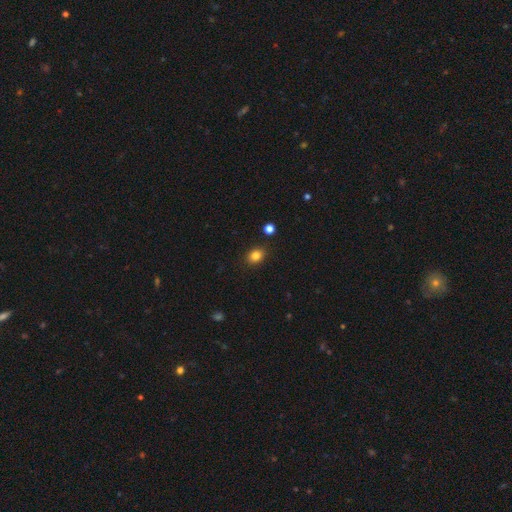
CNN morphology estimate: smooth 83%, star or artifact 11%, featured or disk 5%. Down the decision tree: how rounded — in between (50%); merging — none (87%).